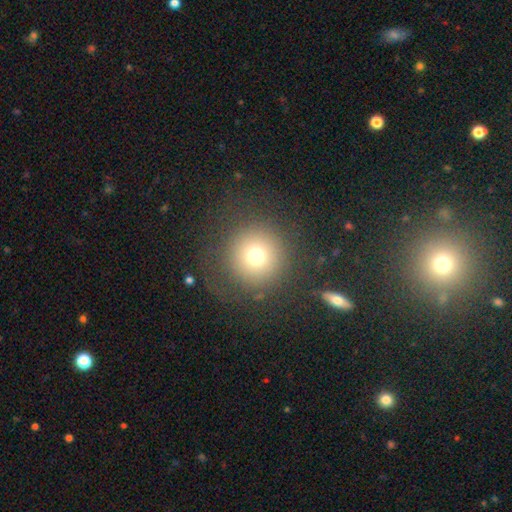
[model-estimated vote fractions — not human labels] Smooth or featured?
  - smooth: 72% *
  - star or artifact: 15%
  - featured or disk: 13%
How rounded?
  - round: 95% *
  - in between: 4%
  - cigar-shaped: 1%
Merging?
  - none: 80% *
  - minor disturbance: 9%
  - major disturbance: 9%
  - merger: 2%